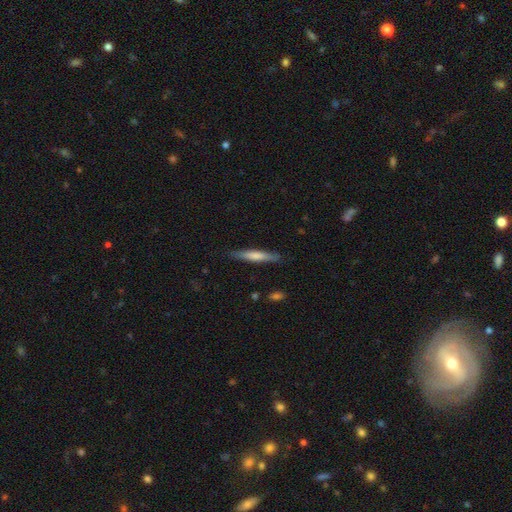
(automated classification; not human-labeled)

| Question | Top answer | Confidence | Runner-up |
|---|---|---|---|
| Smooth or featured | smooth | 62% | featured or disk (32%) |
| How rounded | cigar-shaped | 92% | in between (7%) |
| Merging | none | 86% | minor disturbance (11%) |